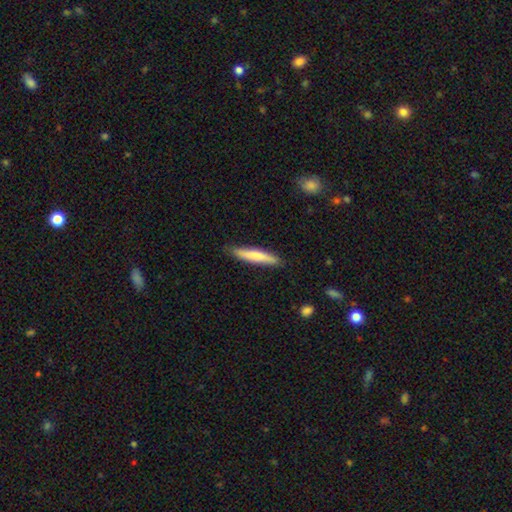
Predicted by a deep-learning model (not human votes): Overall: smooth (74%). How rounded: cigar-shaped (90%). Merging: none (84%).